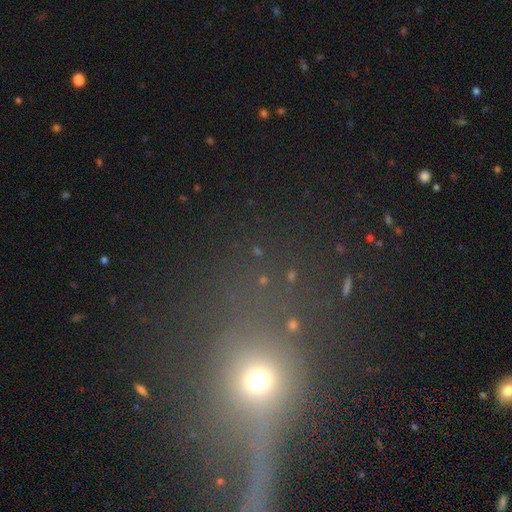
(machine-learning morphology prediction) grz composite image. It shows a star or artifact, not a galaxy (48%).